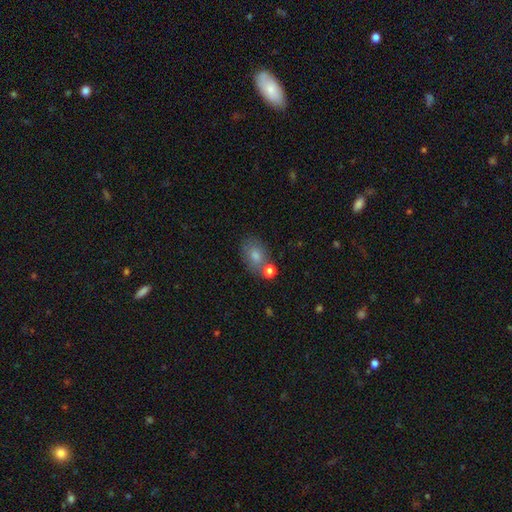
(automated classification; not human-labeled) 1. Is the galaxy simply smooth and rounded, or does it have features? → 78% smooth, 13% featured or disk, 9% star or artifact.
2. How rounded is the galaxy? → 79% in between, 19% round, 1% cigar-shaped.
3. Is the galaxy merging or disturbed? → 60% none, 18% merger, 16% minor disturbance, 6% major disturbance.